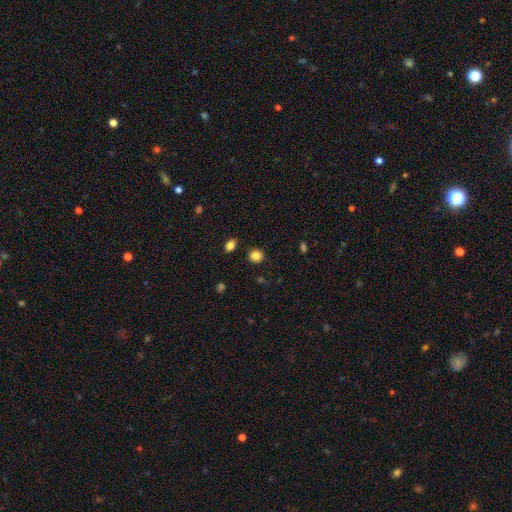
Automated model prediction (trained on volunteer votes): A smooth galaxy with no disk features (84%) that is round (84%). Merging: none (89%).